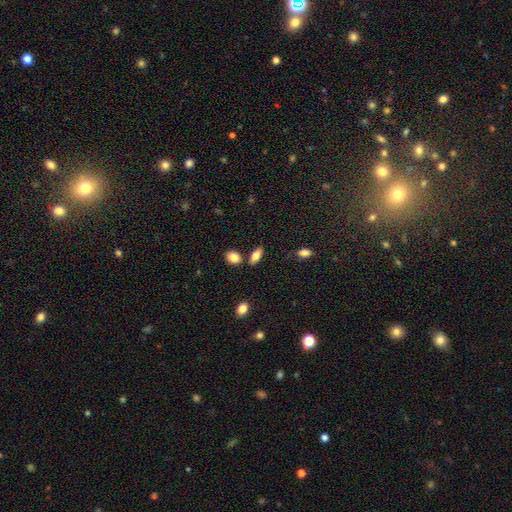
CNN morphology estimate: Smooth or featured: smooth — 76% (featured or disk — 17%)
How rounded: in between — 82% (cigar-shaped — 13%)
Merging: none — 75% (merger — 11%)